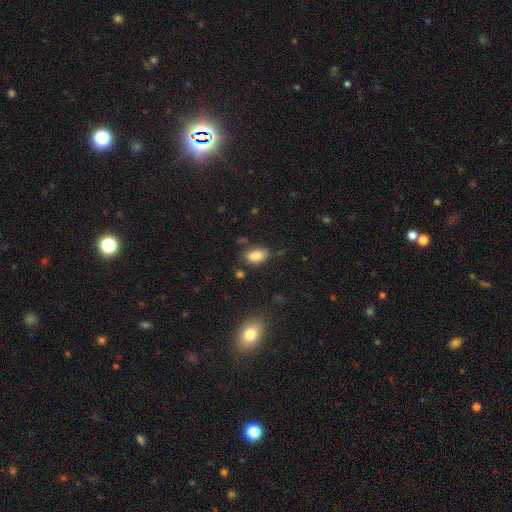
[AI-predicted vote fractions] smooth_or_featured: smooth (p=0.86) [alt: star or artifact p=0.09]
how_rounded: in between (p=0.90) [alt: round p=0.08]
merging: none (p=0.75) [alt: minor disturbance p=0.17]